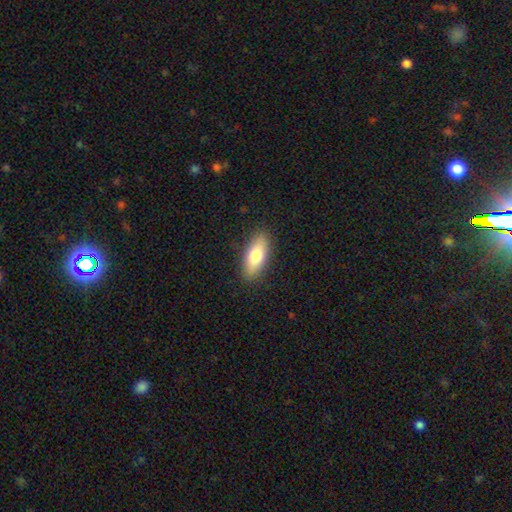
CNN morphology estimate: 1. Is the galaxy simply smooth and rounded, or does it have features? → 74% smooth, 20% featured or disk, 6% star or artifact.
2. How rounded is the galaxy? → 72% in between, 25% cigar-shaped, 3% round.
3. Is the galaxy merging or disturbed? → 88% none, 9% minor disturbance, 2% major disturbance, 1% merger.